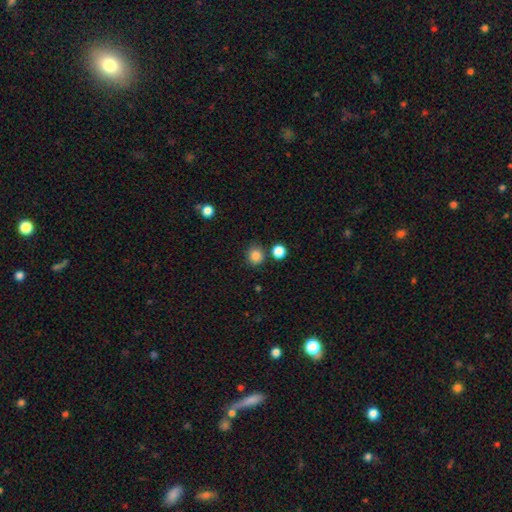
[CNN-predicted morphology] This is clearly a smooth galaxy (84%). How rounded: clearly round (86%). Merging: likely none (79%).